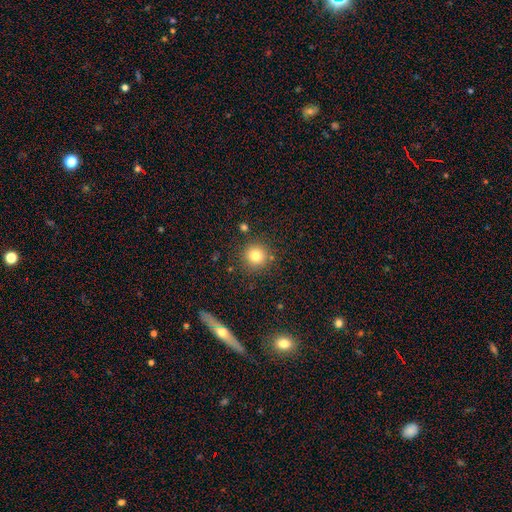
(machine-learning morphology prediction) Smooth or featured?
  - smooth: 79% *
  - star or artifact: 13%
  - featured or disk: 8%
How rounded?
  - round: 94% *
  - in between: 5%
  - cigar-shaped: 1%
Merging?
  - none: 87% *
  - minor disturbance: 7%
  - merger: 3%
  - major disturbance: 3%